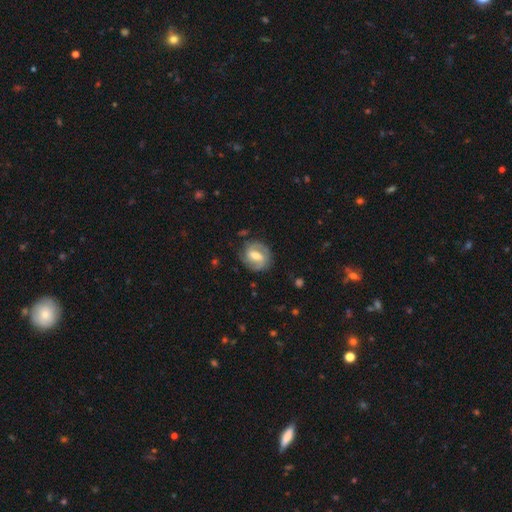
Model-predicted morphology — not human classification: Smooth or featured: featured or disk — 69% (smooth — 25%)
Edge-on disk: no — 96% (yes — 4%)
Bar: weak — 48% (strong — 34%)
Spiral arms: yes — 83% (no — 17%)
Spiral winding: tight — 45% (medium — 41%)
Spiral arm count: 2 — 75% (can't tell — 14%)
Bulge size: moderate — 59% (small — 19%)
Merging: none — 75% (minor disturbance — 17%)